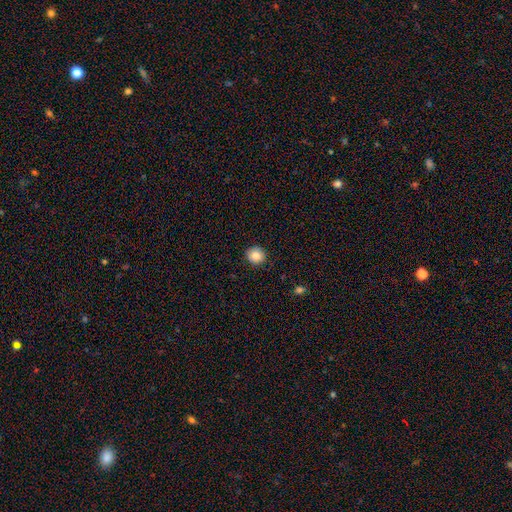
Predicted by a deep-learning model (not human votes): smooth_or_featured: smooth (p=0.85) [alt: star or artifact p=0.09]
how_rounded: round (p=0.89) [alt: in between p=0.10]
merging: none (p=0.90) [alt: minor disturbance p=0.07]